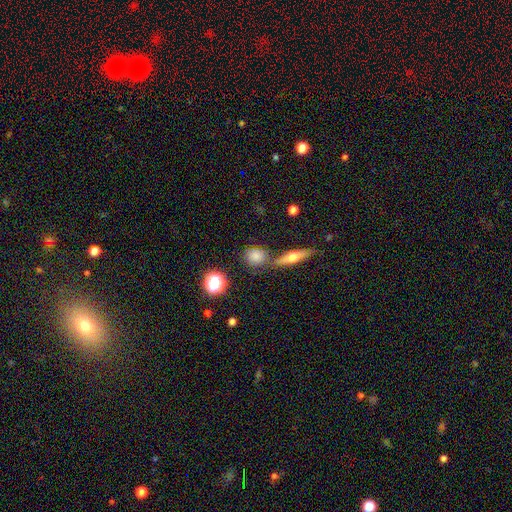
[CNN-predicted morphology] Smooth or featured: smooth — 75% (star or artifact — 13%)
How rounded: round — 75% (in between — 21%)
Merging: none — 72% (merger — 13%)